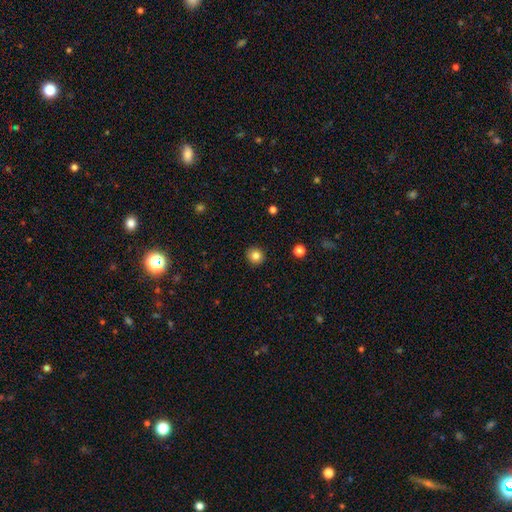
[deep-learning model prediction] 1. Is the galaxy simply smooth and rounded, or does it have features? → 84% smooth, 11% star or artifact, 5% featured or disk.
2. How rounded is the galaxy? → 93% round, 6% in between, 1% cigar-shaped.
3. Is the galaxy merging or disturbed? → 93% none, 5% minor disturbance, 2% major disturbance, 1% merger.